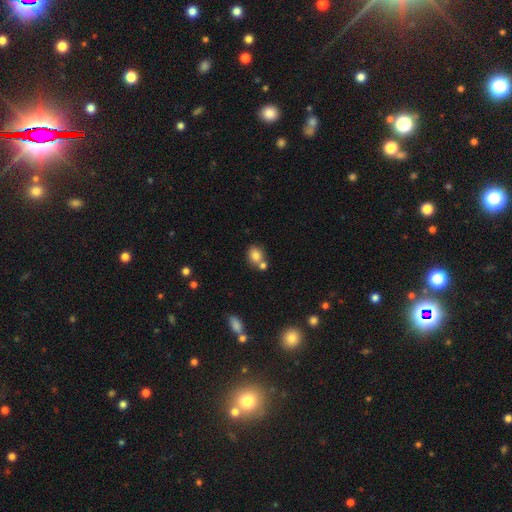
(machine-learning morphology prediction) This appears to be a smooth galaxy with no disk features (79%) that is round (64%). Merging: none (55%).